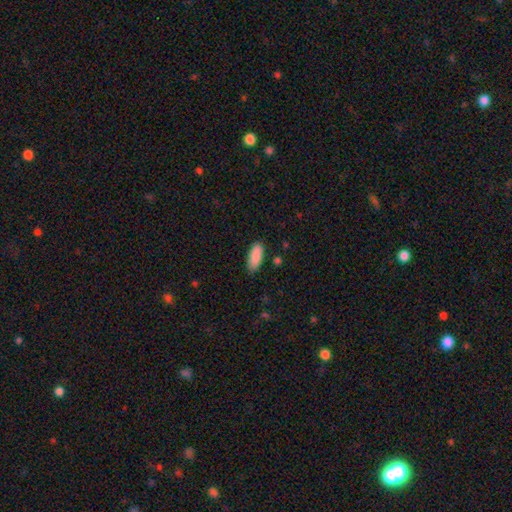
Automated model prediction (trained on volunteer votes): Smooth or featured?
  - smooth: 90% *
  - star or artifact: 6%
  - featured or disk: 4%
How rounded?
  - in between: 79% *
  - cigar-shaped: 19%
  - round: 2%
Merging?
  - none: 85% *
  - minor disturbance: 12%
  - major disturbance: 2%
  - merger: 2%